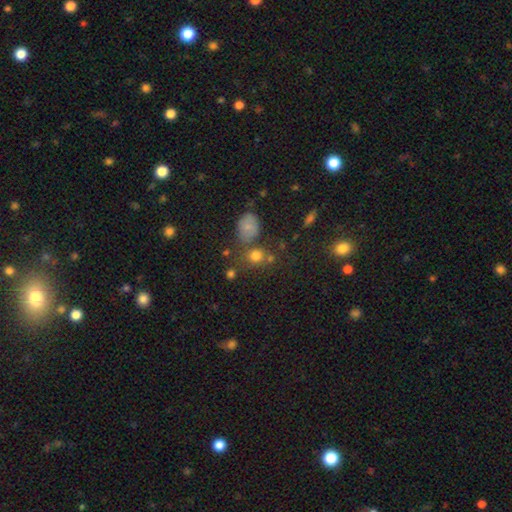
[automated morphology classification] A smooth galaxy with no disk features (76%) that is round (72%). Merging: none (62%).